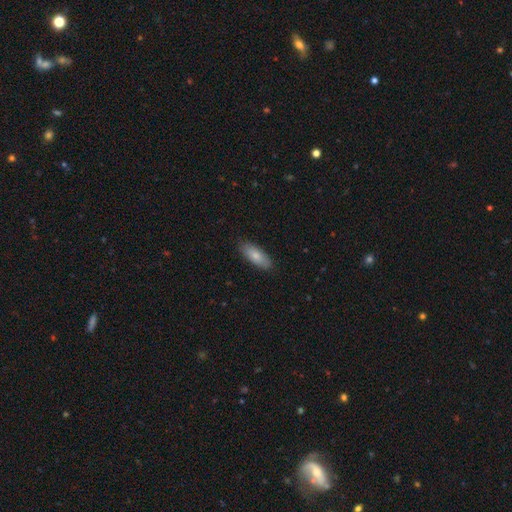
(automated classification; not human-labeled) A smooth galaxy with no disk features (80%) that is in between round and cigar-shaped (75%). Merging: none (86%).